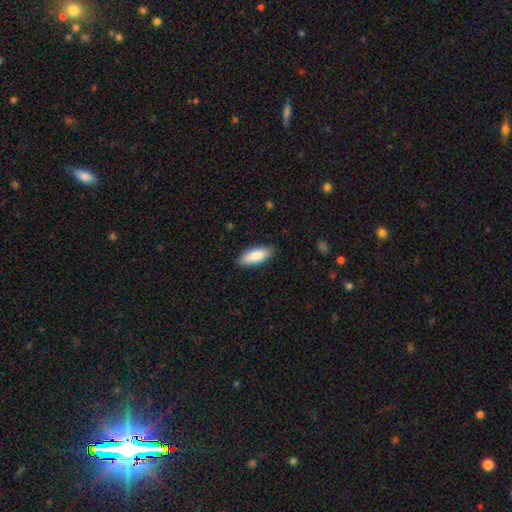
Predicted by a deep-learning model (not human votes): A smooth galaxy with no disk features (85%) that is in between round and cigar-shaped (81%).

Vote fractions:
- Smooth or featured? smooth: 85% / featured or disk: 9% / star or artifact: 5%
- How rounded? in between: 81% / cigar-shaped: 17% / round: 2%
- Merging? none: 86% / minor disturbance: 11% / major disturbance: 2% / merger: 1%